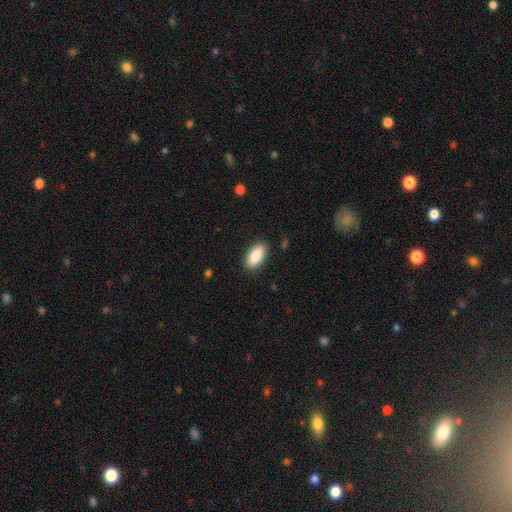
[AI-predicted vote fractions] This appears to be a smooth galaxy with no disk features (86%) that is in between round and cigar-shaped (93%). Merging: none (87%).